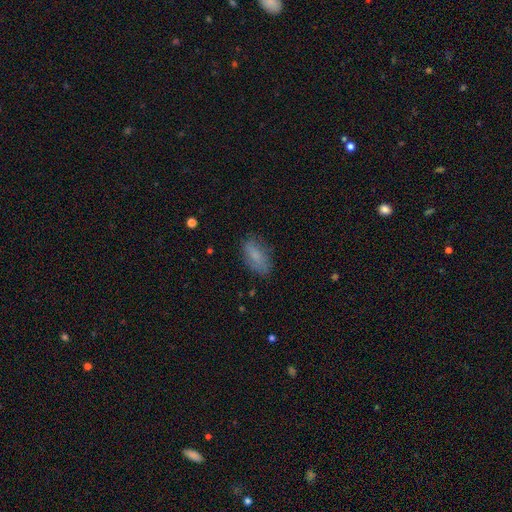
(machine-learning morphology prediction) This appears to be a smooth galaxy with no disk features (74%) that is in between round and cigar-shaped (87%). Merging: none (74%).